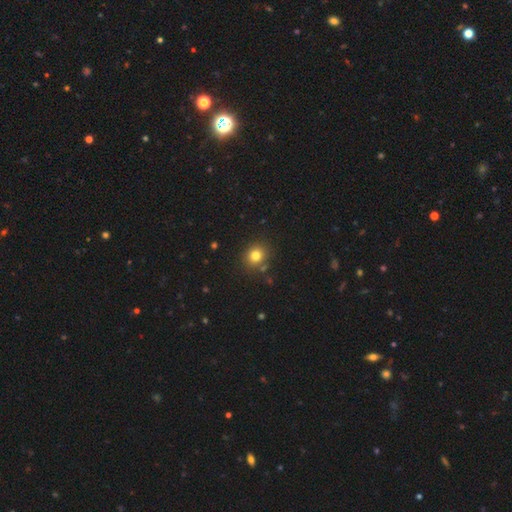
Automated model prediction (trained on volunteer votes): The model was most divided on "how rounded": round: 79%, in between: 20%, cigar-shaped: 1%. More confident: merging — none (83%); smooth or featured — smooth (79%).